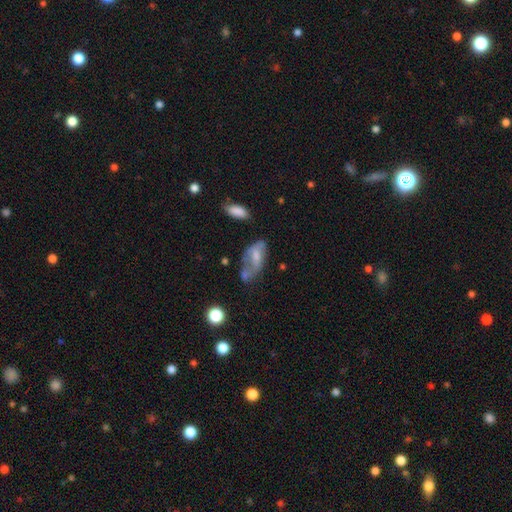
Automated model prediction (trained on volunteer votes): Q: Smooth or featured?
A: smooth (52%); runner-up: featured or disk (40%)
Q: How rounded?
A: in between (89%); runner-up: cigar-shaped (7%)
Q: Merging?
A: none (30%); runner-up: minor disturbance (26%)